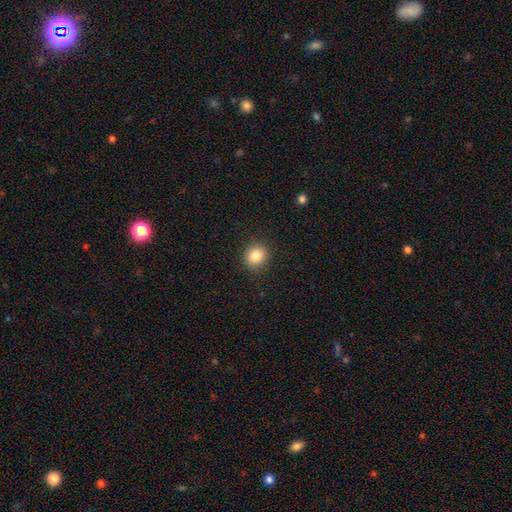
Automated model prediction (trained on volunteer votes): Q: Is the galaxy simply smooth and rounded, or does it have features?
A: smooth — 83%.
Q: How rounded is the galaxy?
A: round — 83%.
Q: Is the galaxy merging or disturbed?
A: none — 91%.